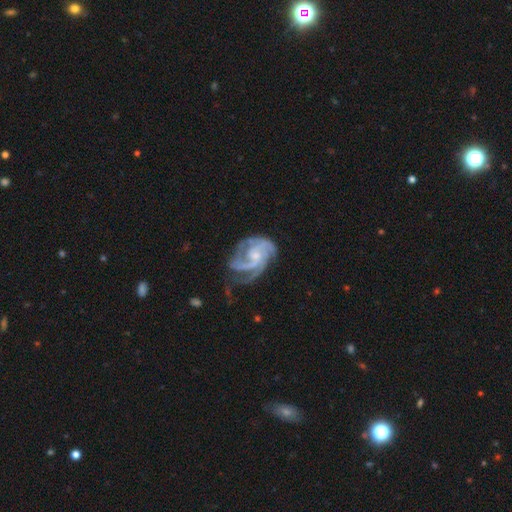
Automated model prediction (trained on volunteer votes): A featured or disk galaxy (89%) with no bar (57%), 3 (46%) medium (48%) spiral arms (97%) and a small central bulge (61%). Merging: none (49%).